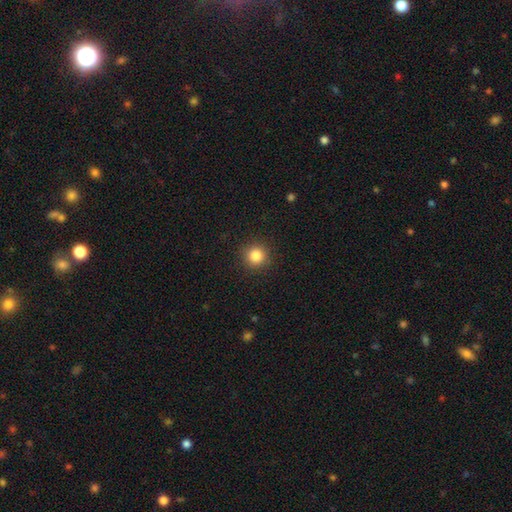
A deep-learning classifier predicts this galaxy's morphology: A smooth galaxy with no disk features (84%) that is round (94%).

Vote fractions:
- Smooth or featured? smooth: 84% / star or artifact: 11% / featured or disk: 5%
- How rounded? round: 94% / in between: 5% / cigar-shaped: 1%
- Merging? none: 92% / minor disturbance: 5% / major disturbance: 2% / merger: 1%